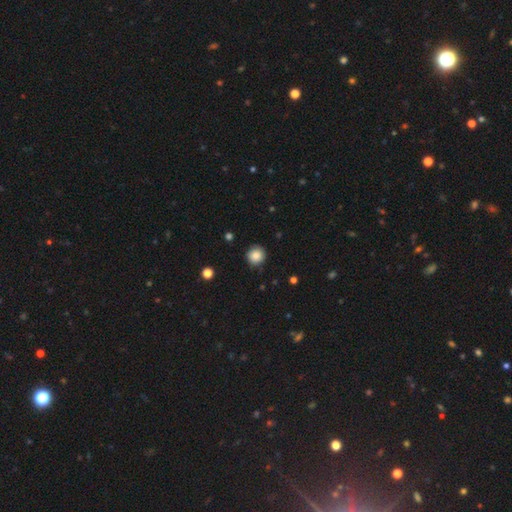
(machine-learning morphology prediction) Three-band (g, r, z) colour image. It shows a smooth galaxy with no disk features (86%) that is round (93%). Merging: none (88%).